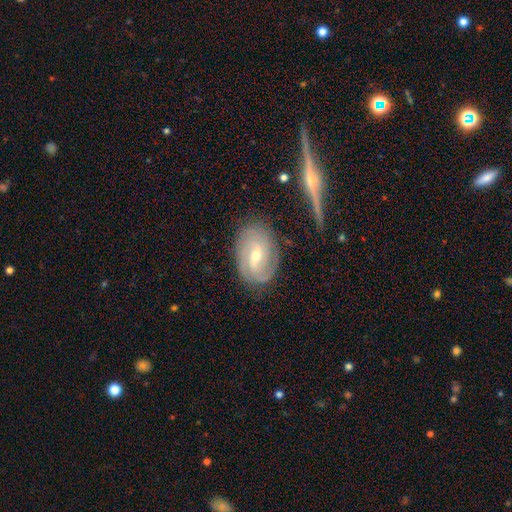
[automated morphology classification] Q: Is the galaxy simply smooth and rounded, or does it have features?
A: featured or disk — 80%.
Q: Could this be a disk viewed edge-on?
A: no — 94%.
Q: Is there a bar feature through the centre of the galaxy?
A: weak — 47%.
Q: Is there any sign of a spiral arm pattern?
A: yes — 92%.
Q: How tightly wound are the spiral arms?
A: tight — 59%.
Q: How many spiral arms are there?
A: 2 — 42%.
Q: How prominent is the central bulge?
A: small — 50%.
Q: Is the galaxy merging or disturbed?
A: none — 75%.